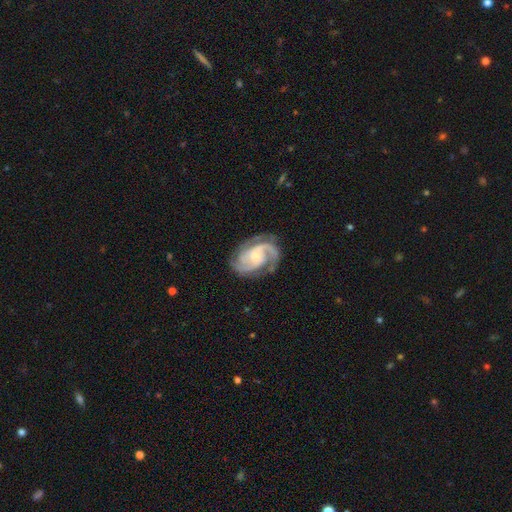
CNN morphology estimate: This appears to be a featured or disk galaxy (92%) with no bar (62%), 2 (52%) medium (48%) spiral arms (98%) and a small central bulge (55%). Merging: none (75%).